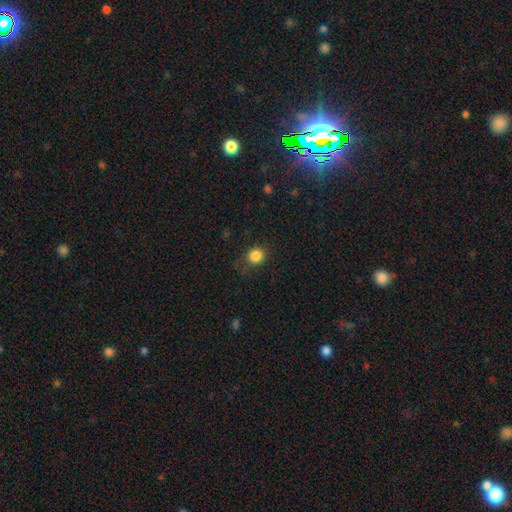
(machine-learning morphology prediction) Q: Smooth or featured?
A: smooth (84%); runner-up: star or artifact (11%)
Q: How rounded?
A: round (80%); runner-up: in between (19%)
Q: Merging?
A: none (76%); runner-up: minor disturbance (16%)